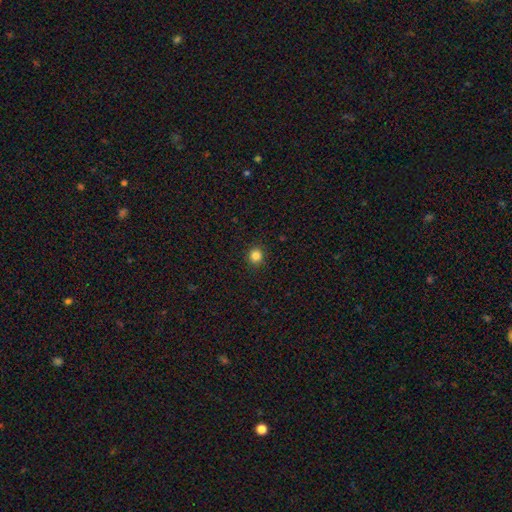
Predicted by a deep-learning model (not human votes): smooth-or-featured: smooth: 84% | star or artifact: 12% | featured or disk: 4%
  how-rounded: round: 91% | in between: 8% | cigar-shaped: 1%
  merging: none: 92% | minor disturbance: 5% | major disturbance: 2% | merger: 1%